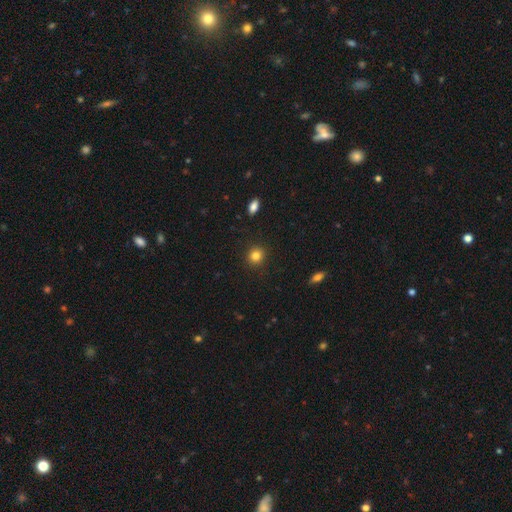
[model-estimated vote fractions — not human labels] Morphology: type=smooth (84%); roundness=round (89%); merging=none (91%).